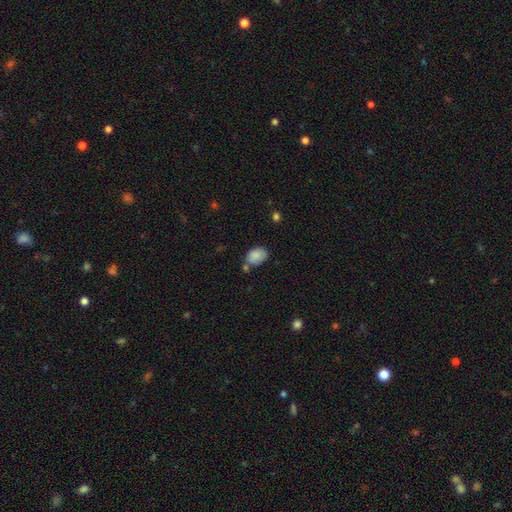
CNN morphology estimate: The model was most divided on "merging": none: 56%, minor disturbance: 24%, merger: 14%, major disturbance: 6%. More confident: smooth or featured — smooth (85%); how rounded — in between (79%).